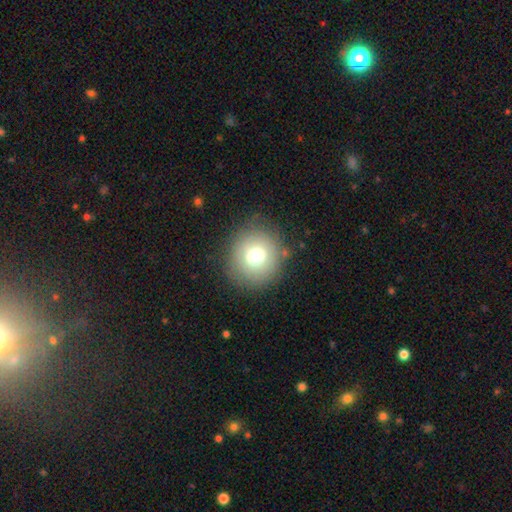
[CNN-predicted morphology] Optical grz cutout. It shows a smooth galaxy with no disk features (71%) that is round (90%). Merging: none (83%).